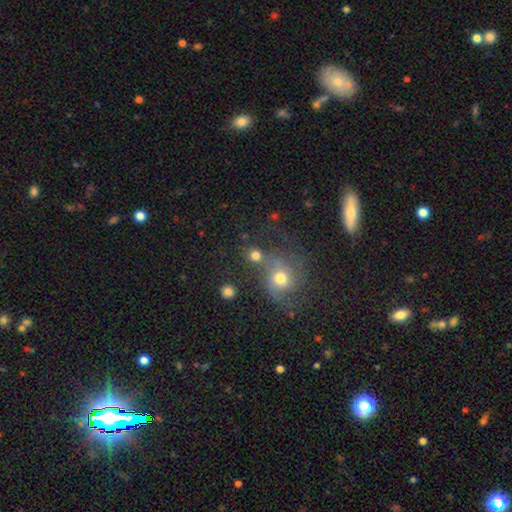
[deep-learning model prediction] Q: Smooth or featured?
A: smooth (75%); runner-up: star or artifact (15%)
Q: How rounded?
A: round (85%); runner-up: in between (14%)
Q: Merging?
A: none (56%); runner-up: merger (28%)